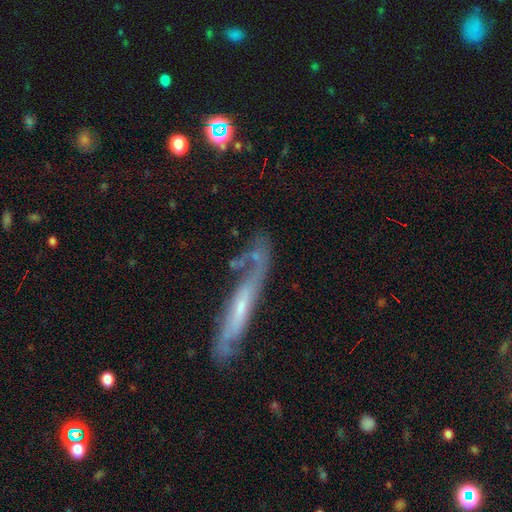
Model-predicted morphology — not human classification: smooth_or_featured: featured or disk (p=0.55) [alt: smooth p=0.34]
disk_edge_on: no (p=0.59) [alt: yes p=0.41]
merging: none (p=0.51) [alt: minor disturbance p=0.18]